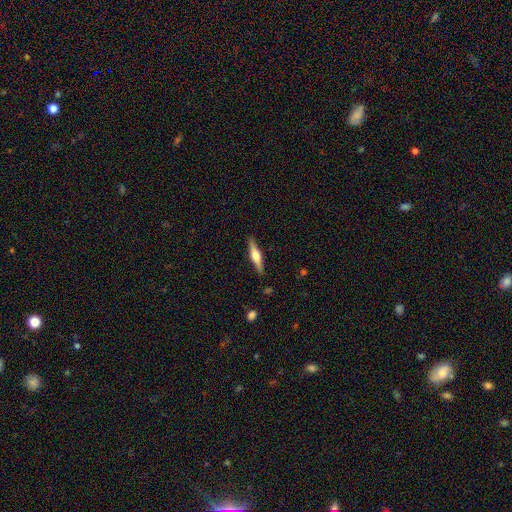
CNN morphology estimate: smooth-or-featured: featured or disk: 60% | smooth: 34% | star or artifact: 6%
  disk-edge-on: yes: 97% | no: 3%
    edge-on-bulge: rounded: 92% | boxy: 5% | none: 3%
  merging: none: 89% | minor disturbance: 8% | major disturbance: 2% | merger: 1%